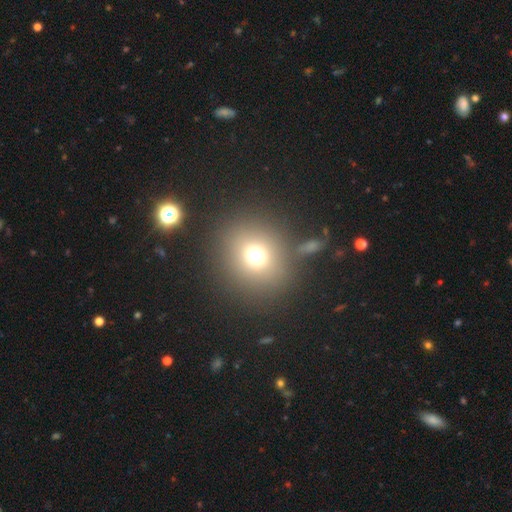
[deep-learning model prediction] Smooth or featured: smooth — 70% (star or artifact — 19%)
How rounded: round — 82% (in between — 17%)
Merging: none — 74% (merger — 11%)